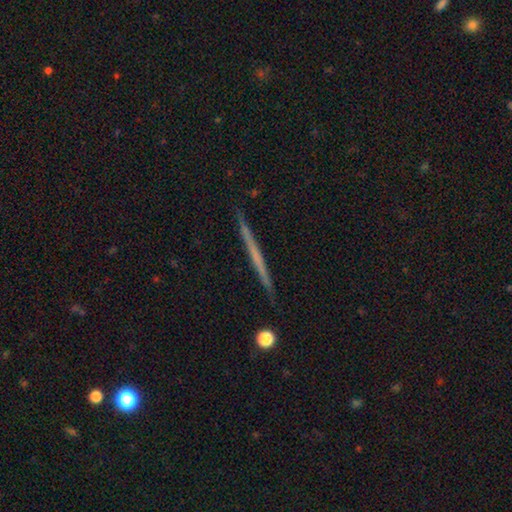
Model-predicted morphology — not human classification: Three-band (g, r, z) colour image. It shows a featured or disk galaxy (60%) viewed edge-on (98%) with no central bulge (90%). Merging: none (92%).